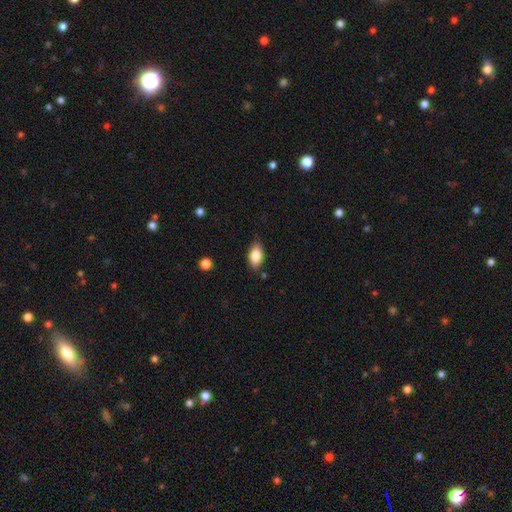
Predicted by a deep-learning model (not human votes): A smooth galaxy with no disk features (84%) that is in between round and cigar-shaped (91%). Merging: none (80%).